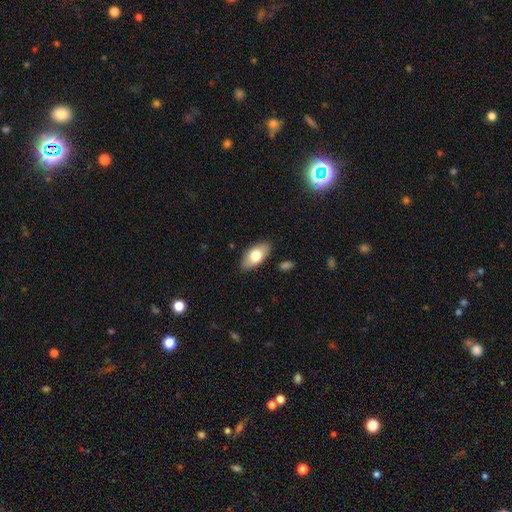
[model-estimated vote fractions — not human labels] smooth_or_featured: smooth (p=0.72) [alt: featured or disk p=0.22]
how_rounded: in between (p=0.93) [alt: cigar-shaped p=0.04]
merging: none (p=0.86) [alt: minor disturbance p=0.10]